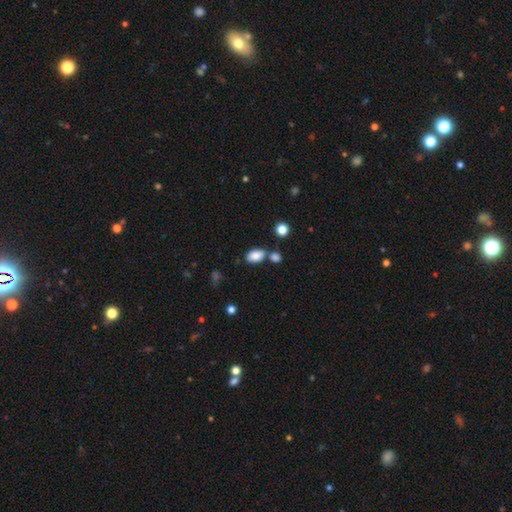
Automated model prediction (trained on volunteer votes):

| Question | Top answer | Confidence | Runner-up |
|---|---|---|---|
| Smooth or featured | smooth | 86% | star or artifact (8%) |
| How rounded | in between | 90% | round (8%) |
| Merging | none | 64% | merger (19%) |